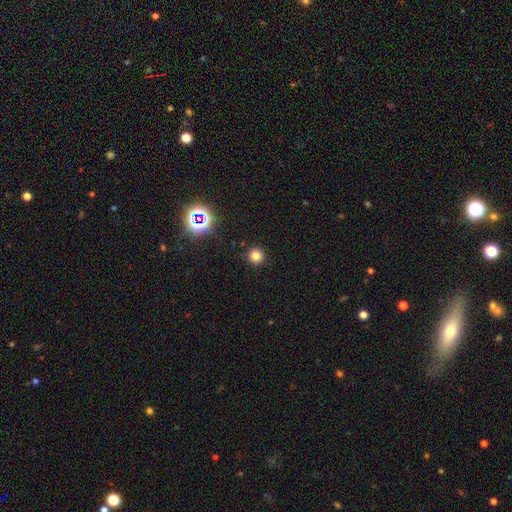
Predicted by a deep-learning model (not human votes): Q: Smooth or featured?
A: smooth (77%); runner-up: star or artifact (18%)
Q: How rounded?
A: round (95%); runner-up: in between (4%)
Q: Merging?
A: none (91%); runner-up: minor disturbance (5%)